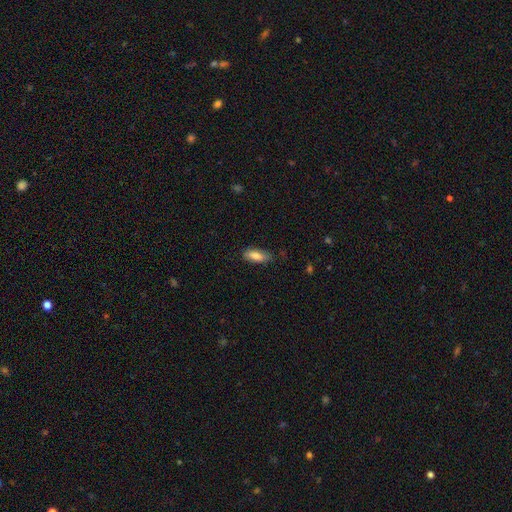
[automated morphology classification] Smooth or featured? Predicted: smooth (p=0.80). How rounded? Predicted: in between (p=0.73). Merging? Predicted: none (p=0.74).